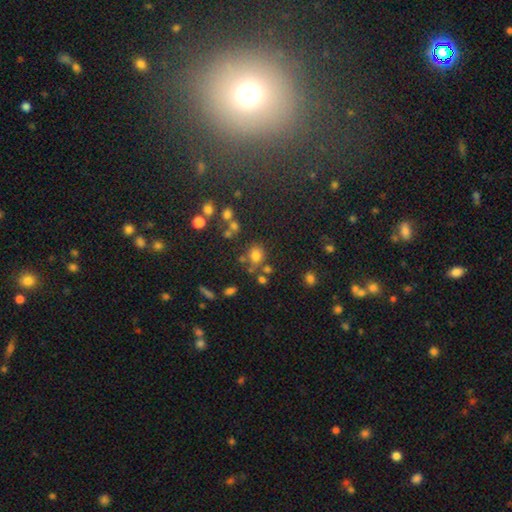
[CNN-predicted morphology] This is likely a smooth galaxy (70%). How rounded: likely round (73%). Merging: likely none (64%).